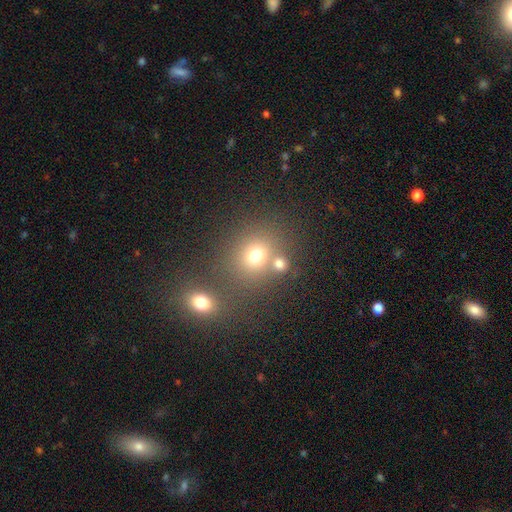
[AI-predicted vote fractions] Smooth or featured? Predicted: smooth (p=0.72). How rounded? Predicted: round (p=0.78). Merging? Predicted: none (p=0.61).